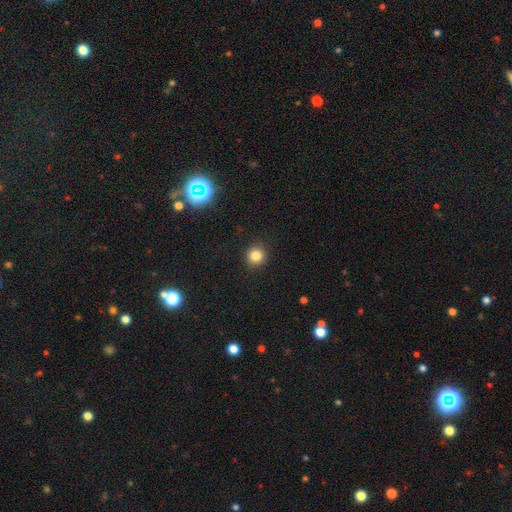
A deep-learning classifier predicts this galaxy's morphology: Smooth or featured?
  - smooth: 82% *
  - star or artifact: 13%
  - featured or disk: 5%
How rounded?
  - round: 91% *
  - in between: 8%
  - cigar-shaped: 1%
Merging?
  - none: 91% *
  - minor disturbance: 6%
  - major disturbance: 2%
  - merger: 1%